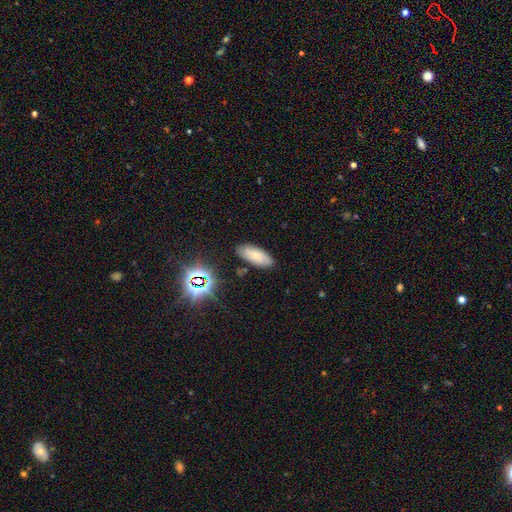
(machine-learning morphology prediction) Smooth or featured?
  - smooth: 69% *
  - featured or disk: 20%
  - star or artifact: 11%
How rounded?
  - in between: 81% *
  - cigar-shaped: 17%
  - round: 2%
Merging?
  - none: 83% *
  - minor disturbance: 12%
  - major disturbance: 3%
  - merger: 2%